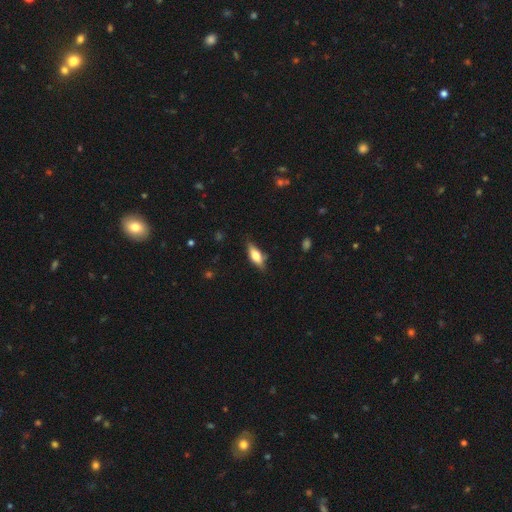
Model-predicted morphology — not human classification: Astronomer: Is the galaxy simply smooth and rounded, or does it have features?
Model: smooth — 56% (runner-up: featured or disk, 37%).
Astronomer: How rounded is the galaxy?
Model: in between — 66%.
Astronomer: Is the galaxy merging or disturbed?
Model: none — 79%.